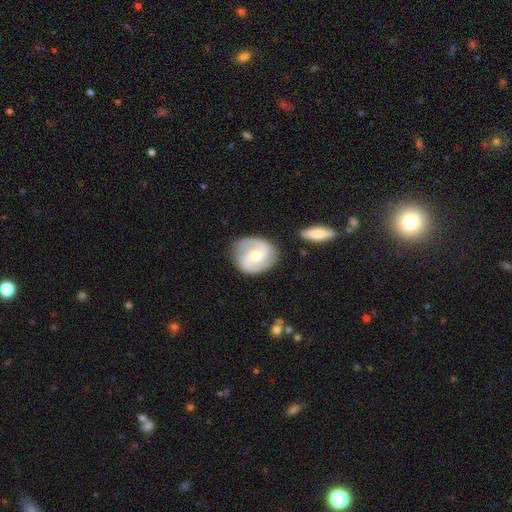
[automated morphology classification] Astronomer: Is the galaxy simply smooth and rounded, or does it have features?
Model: featured or disk — 78%.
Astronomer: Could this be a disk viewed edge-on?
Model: no — 98%.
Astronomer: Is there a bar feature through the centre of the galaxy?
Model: weak — 45% (runner-up: no, 43%).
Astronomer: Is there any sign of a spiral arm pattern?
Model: yes — 95%.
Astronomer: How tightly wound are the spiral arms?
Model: medium — 53%.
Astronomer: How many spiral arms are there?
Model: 2 — 89%.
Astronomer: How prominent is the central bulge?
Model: moderate — 57% (runner-up: small, 36%).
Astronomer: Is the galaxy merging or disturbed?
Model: none — 79%.